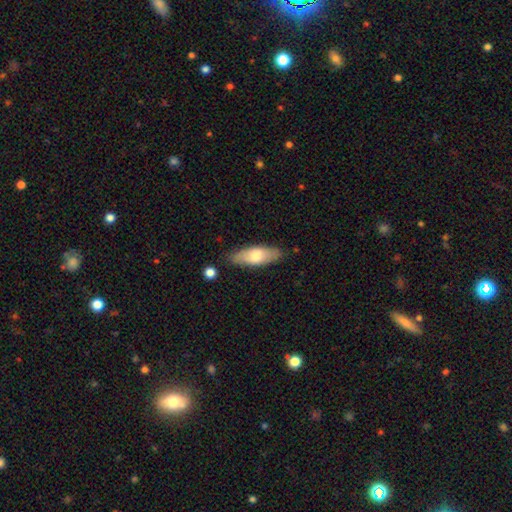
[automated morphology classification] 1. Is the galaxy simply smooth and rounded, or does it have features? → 68% smooth, 27% featured or disk, 6% star or artifact.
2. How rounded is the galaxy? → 65% in between, 33% cigar-shaped, 2% round.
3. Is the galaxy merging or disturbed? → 82% none, 13% minor disturbance, 3% major disturbance, 3% merger.